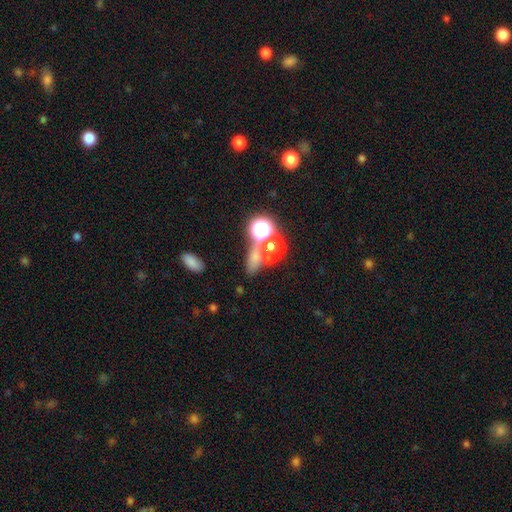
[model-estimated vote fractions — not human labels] A smooth galaxy with no disk features (48%).

Vote fractions:
- Smooth or featured? smooth: 48% / star or artifact: 38% / featured or disk: 14%
- Merging? none: 49% / merger: 33% / minor disturbance: 10% / major disturbance: 7%